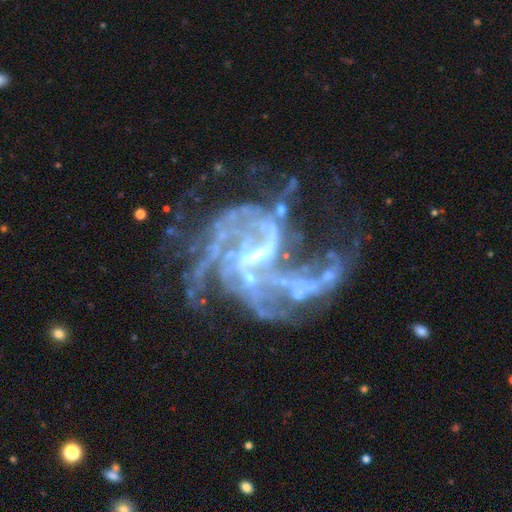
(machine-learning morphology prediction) Smooth or featured? featured or disk (87%)
Edge-on disk? no (98%)
Bar? weak (43%)
Spiral arms? yes (91%)
Spiral winding? medium (43%)
Spiral arm count? 3 (23%, tied with 2)
Bulge size? small (45%)
Merging? major disturbance (45%)